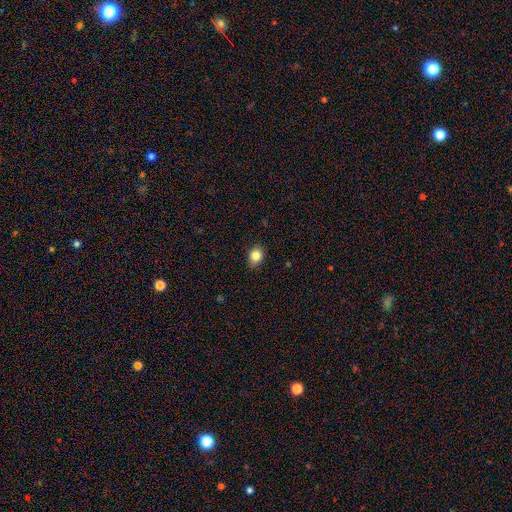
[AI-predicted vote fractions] This is clearly a smooth galaxy (84%). How rounded: possibly in between (59%). Merging: clearly none (87%).